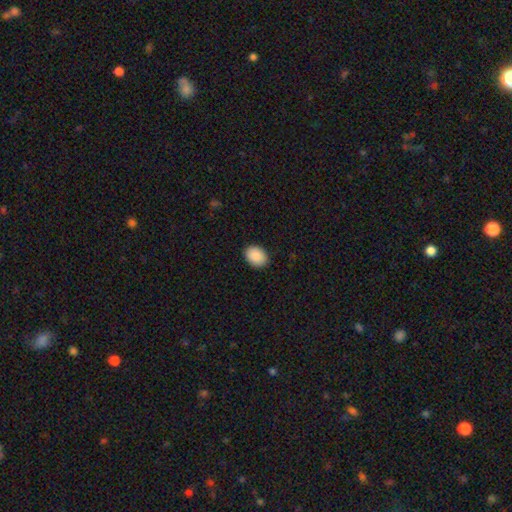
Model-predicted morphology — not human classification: smooth-or-featured: smooth: 90% | star or artifact: 7% | featured or disk: 3%
  how-rounded: in between: 70% | round: 29% | cigar-shaped: 1%
  merging: none: 89% | minor disturbance: 8% | major disturbance: 2% | merger: 1%